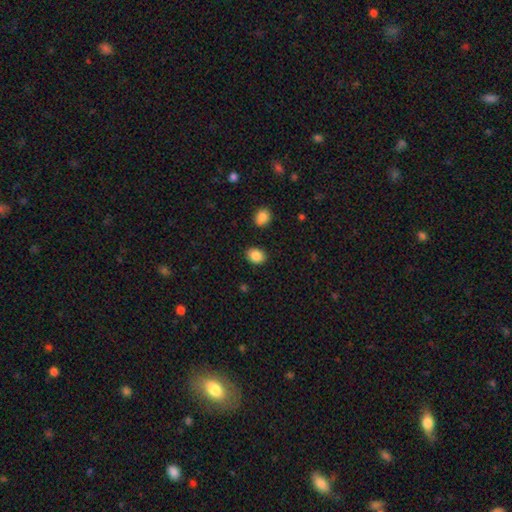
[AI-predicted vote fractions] Smooth or featured?
  - smooth: 87% *
  - star or artifact: 9%
  - featured or disk: 4%
How rounded?
  - round: 50% *
  - in between: 49%
  - cigar-shaped: 1%
Merging?
  - none: 87% *
  - minor disturbance: 8%
  - merger: 2%
  - major disturbance: 2%